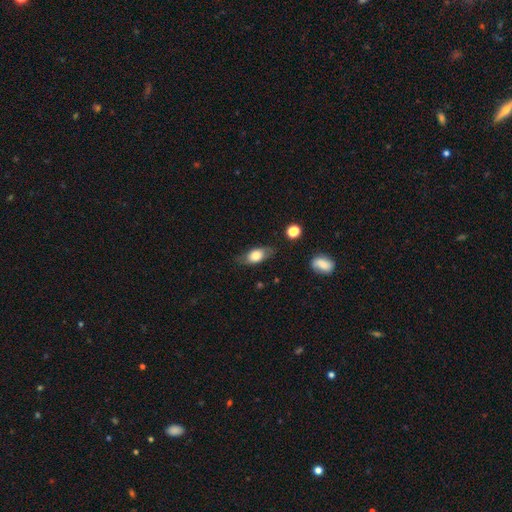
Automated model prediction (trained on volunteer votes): This is likely a smooth galaxy (69%). How rounded: clearly in between (83%). Merging: likely none (71%).